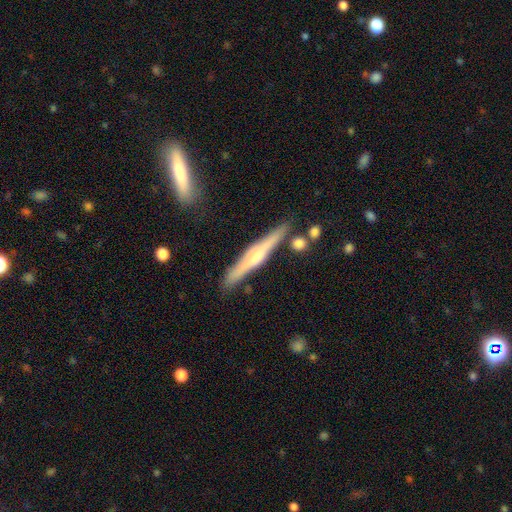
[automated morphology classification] This appears to be a featured or disk galaxy (66%) viewed edge-on (97%) with a rounded central bulge (79%). Merging: none (85%).